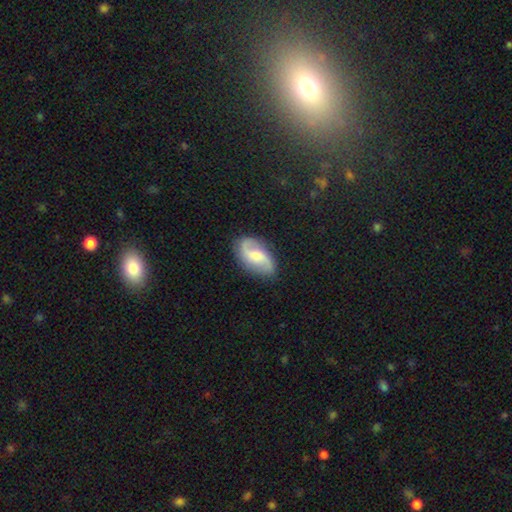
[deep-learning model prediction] Overall: featured or disk (75%). Edge-on disk: no (97%). Bar: weak (49%; no 38%). Spiral arms: yes (95%). Spiral arm count: 2 (90%). Spiral winding: loose (51%; medium 37%). Bulge size: moderate (50%; small 37%). Merging: none (80%).